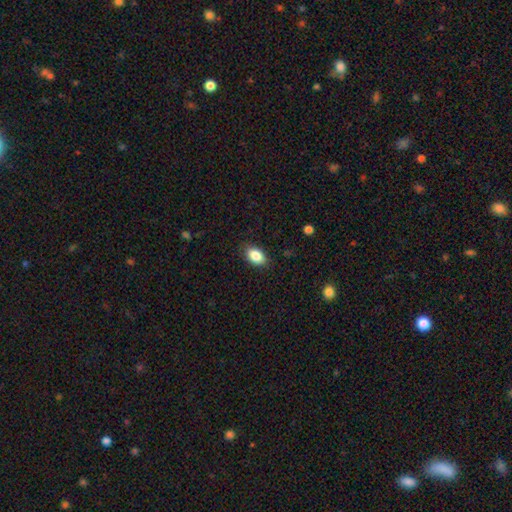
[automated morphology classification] A smooth galaxy with no disk features (87%) that is in between round and cigar-shaped (91%).

Vote fractions:
- Smooth or featured? smooth: 87% / star or artifact: 8% / featured or disk: 5%
- How rounded? in between: 91% / round: 8% / cigar-shaped: 2%
- Merging? none: 86% / minor disturbance: 10% / major disturbance: 2% / merger: 1%